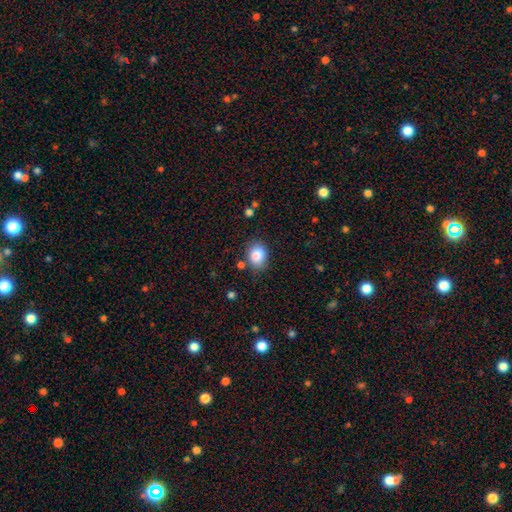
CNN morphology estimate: smooth 85%, star or artifact 8%, featured or disk 7%. Down the decision tree: how rounded — in between (63%); merging — none (76%).